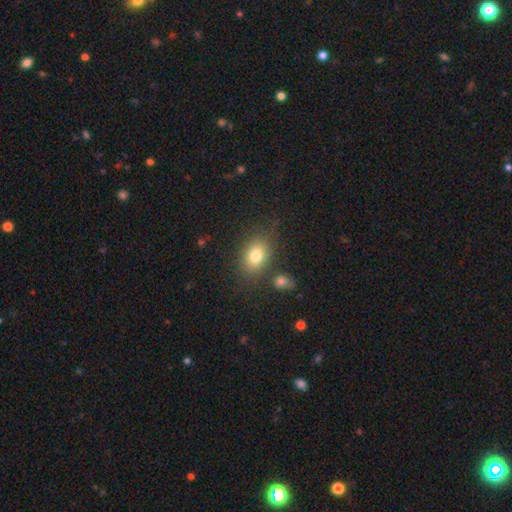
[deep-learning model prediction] smooth 78%, featured or disk 11%, star or artifact 10%. Down the decision tree: how rounded — in between (75%); merging — none (74%).